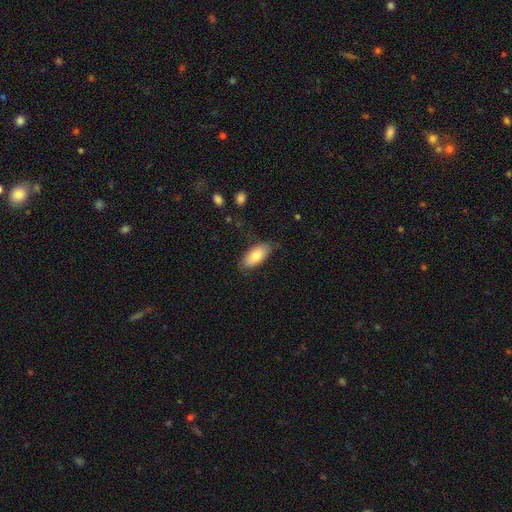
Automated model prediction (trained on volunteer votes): A smooth galaxy with no disk features (74%) that is in between round and cigar-shaped (89%).

Vote fractions:
- Smooth or featured? smooth: 74% / featured or disk: 19% / star or artifact: 6%
- How rounded? in between: 89% / cigar-shaped: 8% / round: 2%
- Merging? none: 78% / minor disturbance: 17% / major disturbance: 3% / merger: 1%